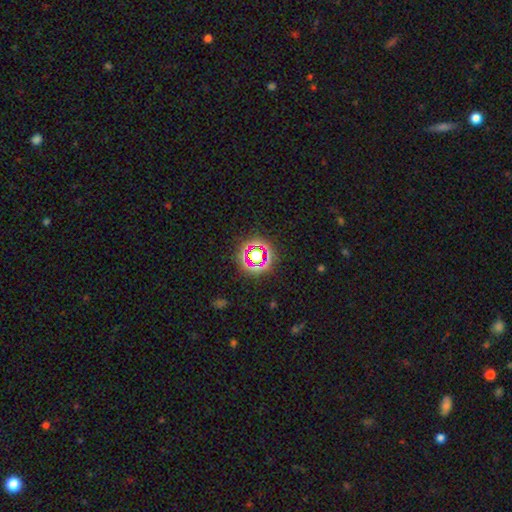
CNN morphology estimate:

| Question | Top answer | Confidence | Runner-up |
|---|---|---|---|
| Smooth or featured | star or artifact | 62% | smooth (26%) |